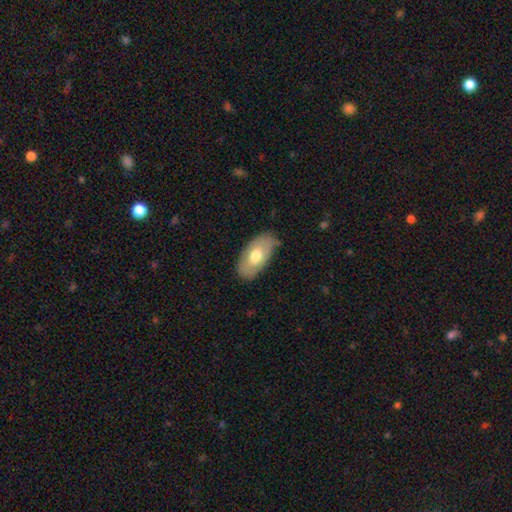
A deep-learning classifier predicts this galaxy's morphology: Smooth or featured? Predicted: smooth (p=0.64). How rounded? Predicted: in between (p=0.93). Merging? Predicted: none (p=0.75).